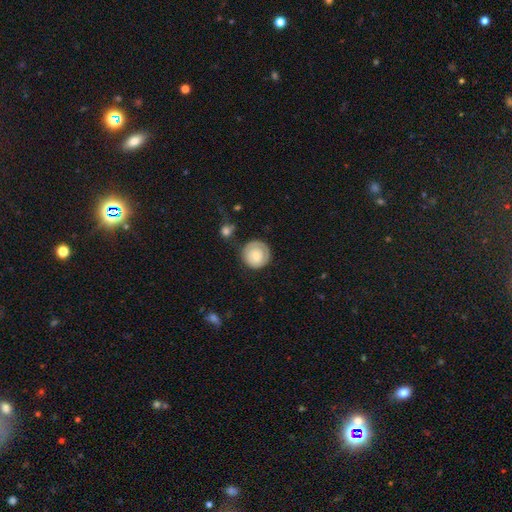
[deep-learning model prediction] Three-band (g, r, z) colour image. It shows a smooth galaxy with no disk features (53%) that is round (91%). Merging: none (72%).